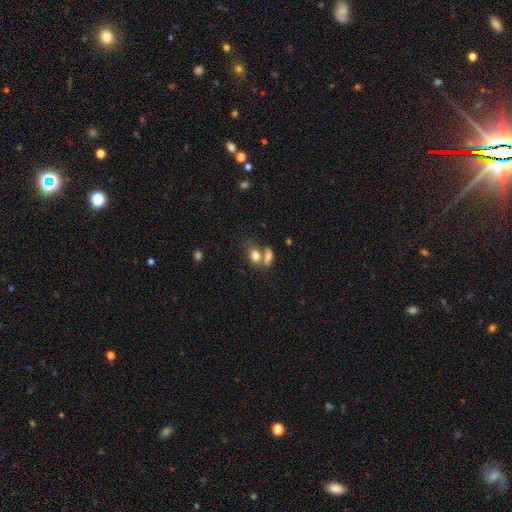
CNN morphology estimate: smooth-or-featured: smooth: 78% | featured or disk: 13% | star or artifact: 10%
  how-rounded: in between: 73% | round: 24% | cigar-shaped: 4%
  merging: merger: 54% | none: 30% | minor disturbance: 10% | major disturbance: 6%